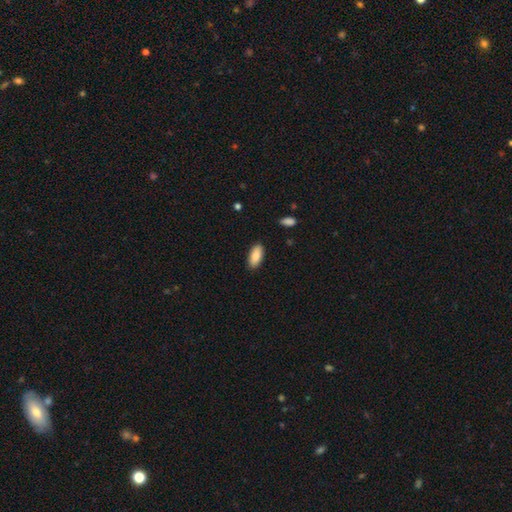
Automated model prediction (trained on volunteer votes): smooth-or-featured: smooth: 88% | star or artifact: 6% | featured or disk: 6%
  how-rounded: in between: 87% | cigar-shaped: 11% | round: 2%
  merging: none: 88% | minor disturbance: 9% | major disturbance: 2% | merger: 1%